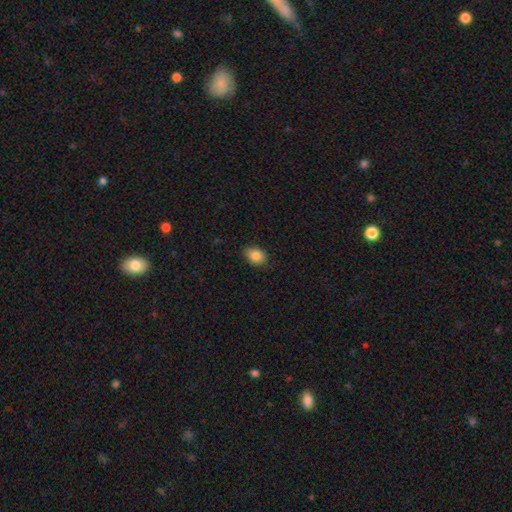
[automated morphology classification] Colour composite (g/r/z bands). It shows a smooth galaxy with no disk features (85%) that is in between round and cigar-shaped (69%). Merging: none (80%).